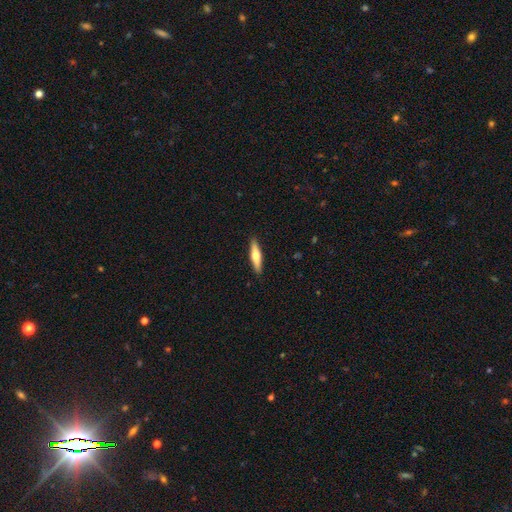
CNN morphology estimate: type=smooth (53%); roundness=cigar-shaped (78%); merging=none (91%).